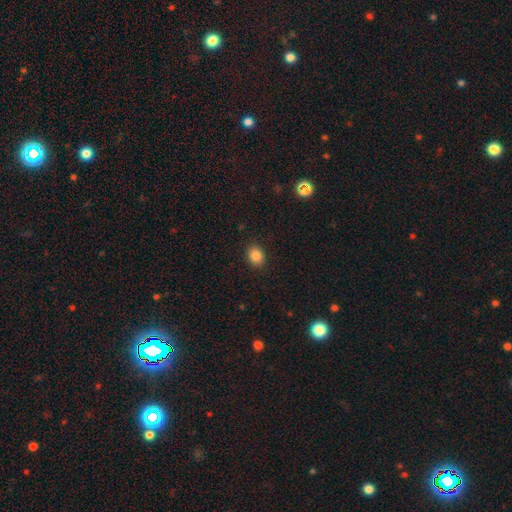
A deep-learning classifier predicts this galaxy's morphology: A smooth galaxy with no disk features (85%) that is in between round and cigar-shaped (53%).

Vote fractions:
- Smooth or featured? smooth: 85% / star or artifact: 10% / featured or disk: 5%
- How rounded? in between: 53% / round: 46% / cigar-shaped: 1%
- Merging? none: 90% / minor disturbance: 7% / major disturbance: 2% / merger: 1%